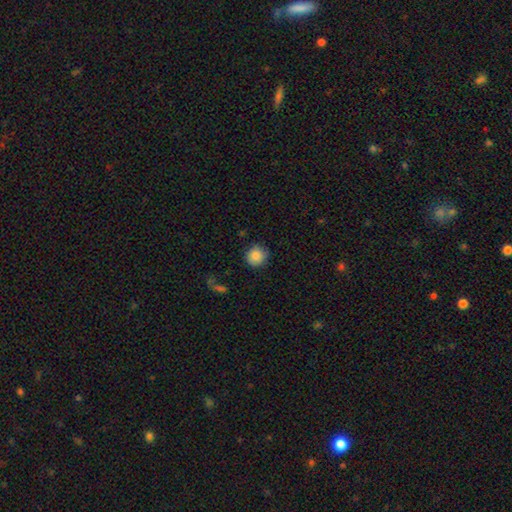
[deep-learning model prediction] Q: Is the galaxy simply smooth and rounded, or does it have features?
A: smooth — 85%.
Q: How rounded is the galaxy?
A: round — 91%.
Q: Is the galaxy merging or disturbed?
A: none — 84%.